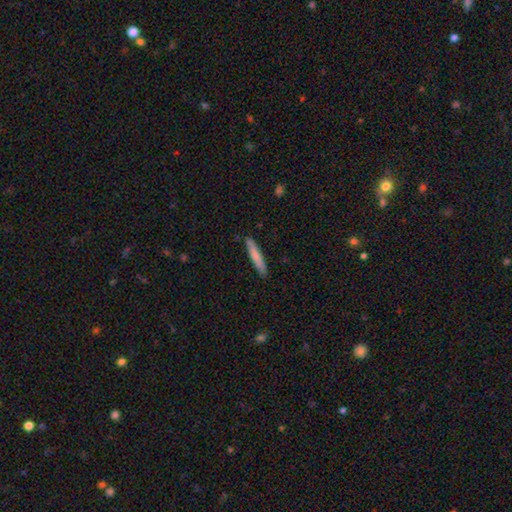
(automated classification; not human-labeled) Smooth or featured? smooth (76%)
How rounded? cigar-shaped (94%)
Merging? none (88%)